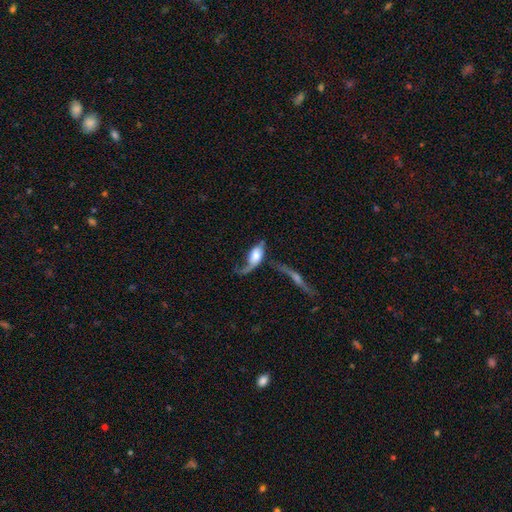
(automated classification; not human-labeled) A featured or disk galaxy (47%). Merging: major disturbance (42%).